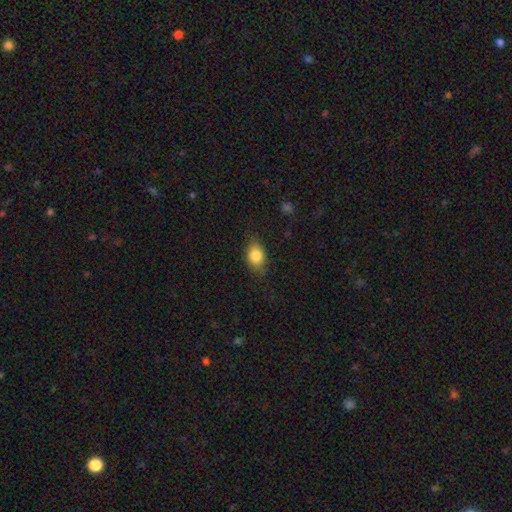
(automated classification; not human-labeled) Smooth or featured? smooth (82%)
How rounded? in between (79%)
Merging? none (79%)